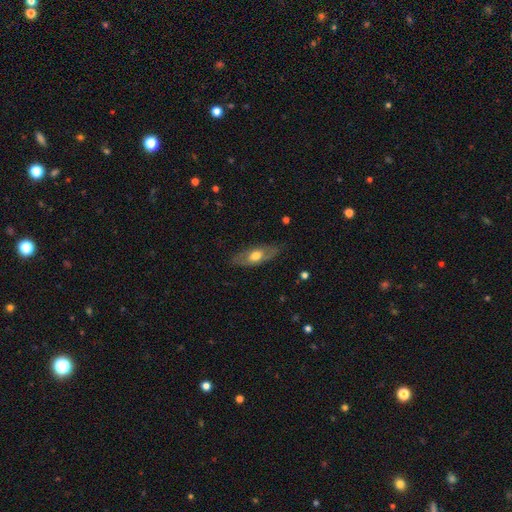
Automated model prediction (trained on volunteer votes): smooth-or-featured: featured or disk: 47% (tied) | smooth: 47% (tied) | star or artifact: 6%
  merging: none: 78% | minor disturbance: 16% | major disturbance: 5% | merger: 1%